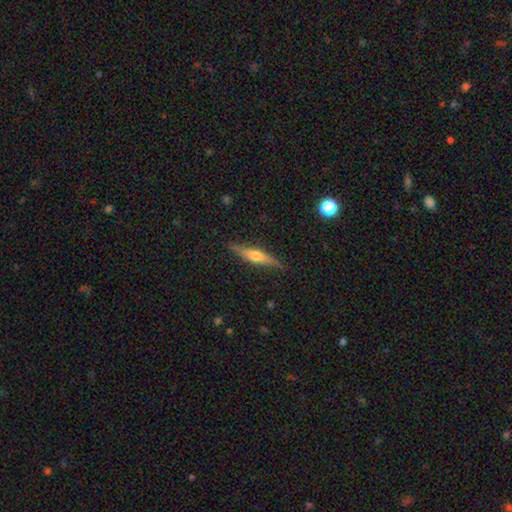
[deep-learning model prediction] Overall: featured or disk (59%; smooth 35%). Edge-on disk: yes (93%). Edge-on bulge: rounded (89%). Merging: none (83%).